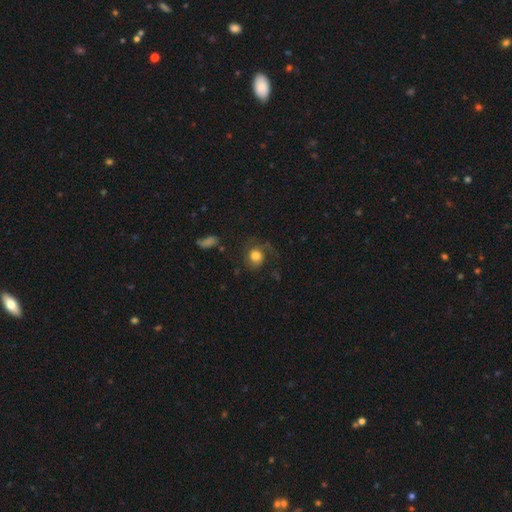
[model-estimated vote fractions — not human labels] Overall: smooth (73%). How rounded: round (81%). Merging: none (59%; major disturbance 19%).